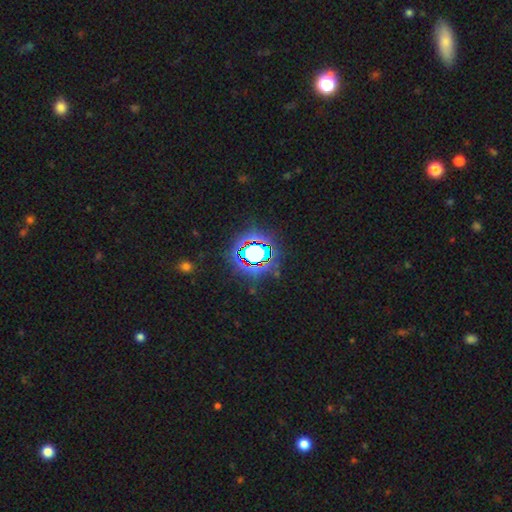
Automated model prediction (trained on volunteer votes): This is likely a star or artifact rather than a galaxy (70%).